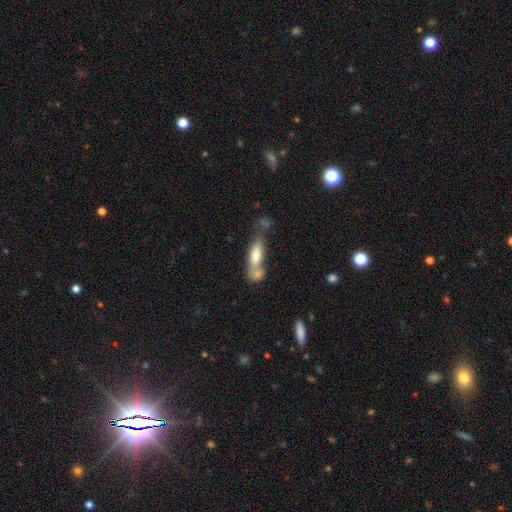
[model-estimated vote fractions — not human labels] A smooth galaxy with no disk features (69%) that is in between round and cigar-shaped (55%). Merging: merger (46%).